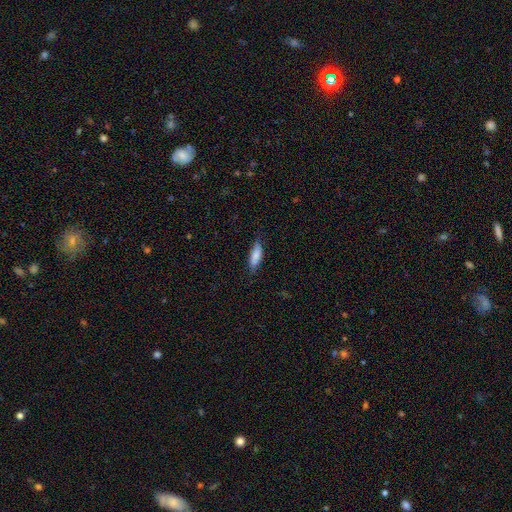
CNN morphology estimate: A smooth galaxy with no disk features (84%) that is in between round and cigar-shaped (58%).

Vote fractions:
- Smooth or featured? smooth: 84% / featured or disk: 10% / star or artifact: 6%
- How rounded? in between: 58% / cigar-shaped: 41% / round: 2%
- Merging? none: 76% / minor disturbance: 19% / major disturbance: 4% / merger: 1%